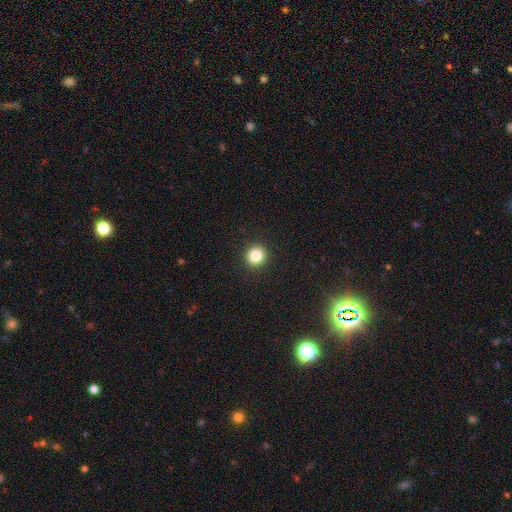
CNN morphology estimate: A smooth galaxy with no disk features (84%) that is round (94%). Merging: none (93%).